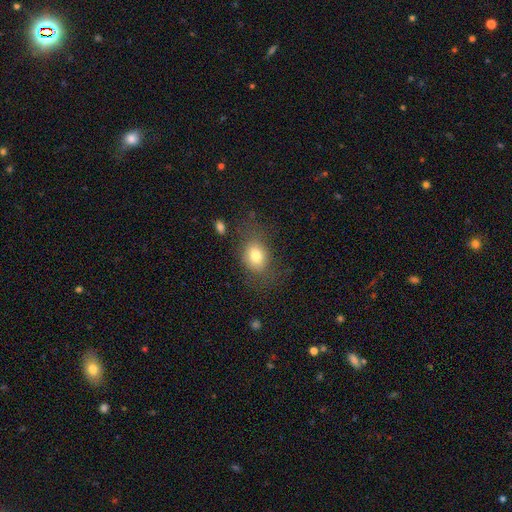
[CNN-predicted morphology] Smooth or featured? Predicted: smooth (p=0.76). How rounded? Predicted: in between (p=0.57). Merging? Predicted: none (p=0.64).